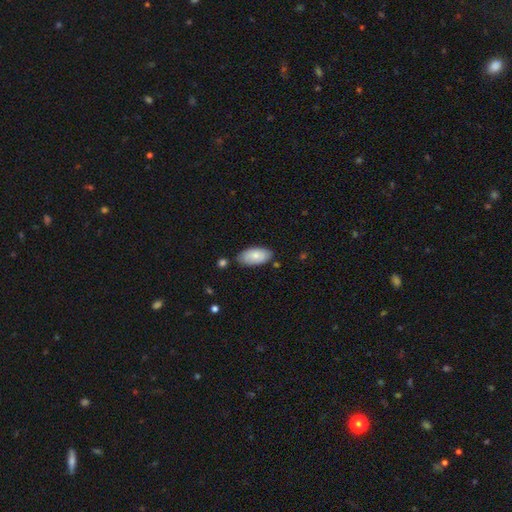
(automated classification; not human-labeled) Overall: smooth (81%). How rounded: in between (95%). Merging: none (78%).